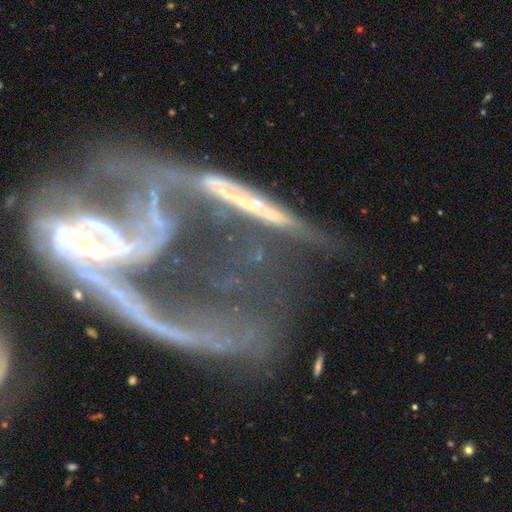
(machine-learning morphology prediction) Q: Smooth or featured?
A: featured or disk (72%); runner-up: star or artifact (16%)
Q: Edge-on disk?
A: no (79%); runner-up: yes (21%)
Q: Bar?
A: no (54%); runner-up: strong (23%)
Q: Spiral arms?
A: yes (62%); runner-up: no (38%)
Q: Bulge size?
A: small (38%); runner-up: none (29%)
Q: Merging?
A: merger (47%); runner-up: major disturbance (31%)